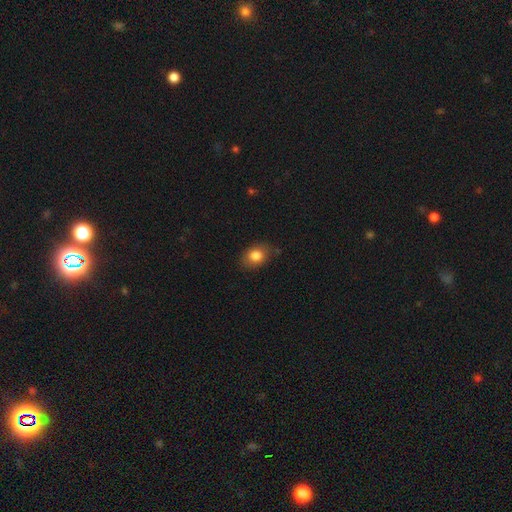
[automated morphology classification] This appears to be a smooth galaxy with no disk features (82%) that is in between round and cigar-shaped (66%). Merging: none (78%).